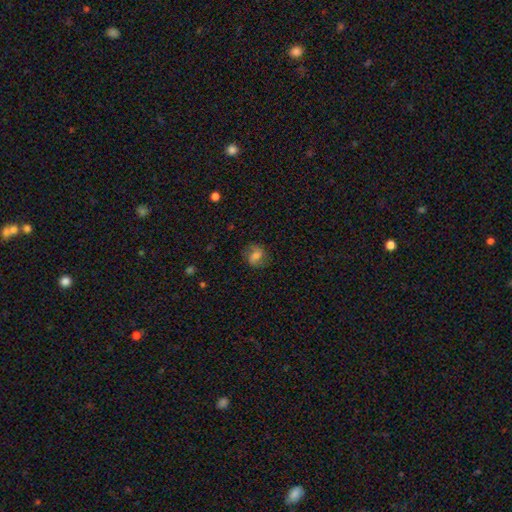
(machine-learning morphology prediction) smooth-or-featured: smooth: 54% | featured or disk: 36% | star or artifact: 10%
  how-rounded: round: 56% | in between: 42% | cigar-shaped: 2%
  merging: none: 76% | minor disturbance: 16% | major disturbance: 7% | merger: 1%